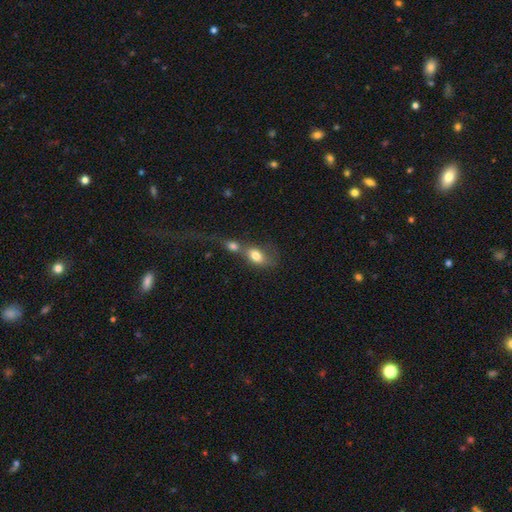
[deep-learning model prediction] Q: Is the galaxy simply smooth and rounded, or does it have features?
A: smooth — 77%.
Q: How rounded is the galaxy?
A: in between — 79%.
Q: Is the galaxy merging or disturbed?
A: merger — 68%.